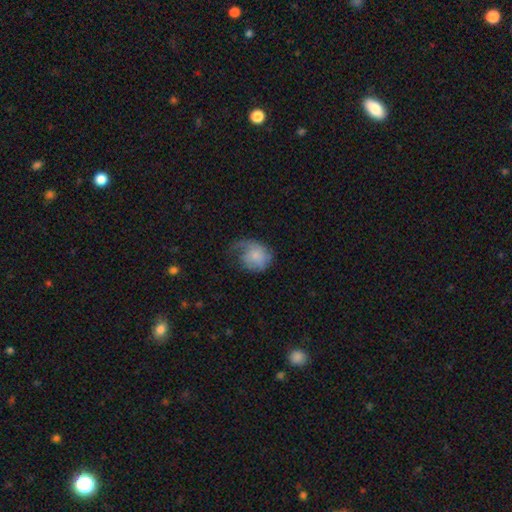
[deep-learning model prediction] Smooth or featured? Predicted: smooth (p=0.59). How rounded? Predicted: round (p=0.58). Merging? Predicted: major disturbance (p=0.40).